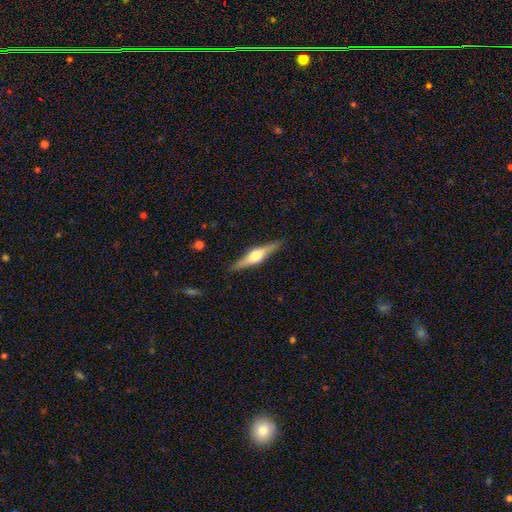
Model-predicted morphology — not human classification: A featured or disk galaxy (69%) viewed edge-on (97%) with a rounded central bulge (91%).

Vote fractions:
- Smooth or featured? featured or disk: 69% / smooth: 26% / star or artifact: 6%
- Edge-on disk? yes: 97% / no: 3%
- Edge-on bulge? rounded: 91% / boxy: 7% / none: 2%
- Merging? none: 88% / minor disturbance: 9% / major disturbance: 2% / merger: 1%